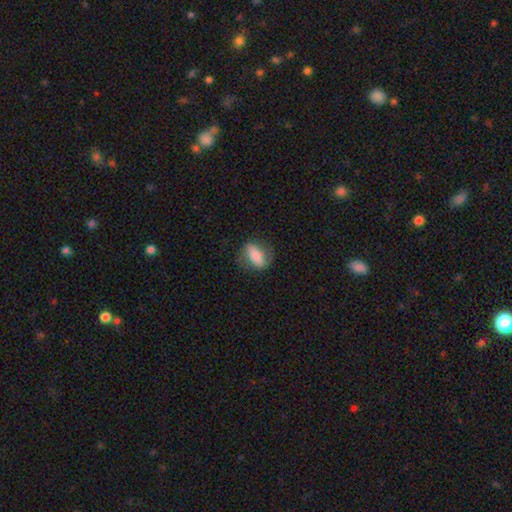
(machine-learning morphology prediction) This is likely a smooth galaxy (67%). How rounded: likely in between (77%). Merging: likely none (71%).